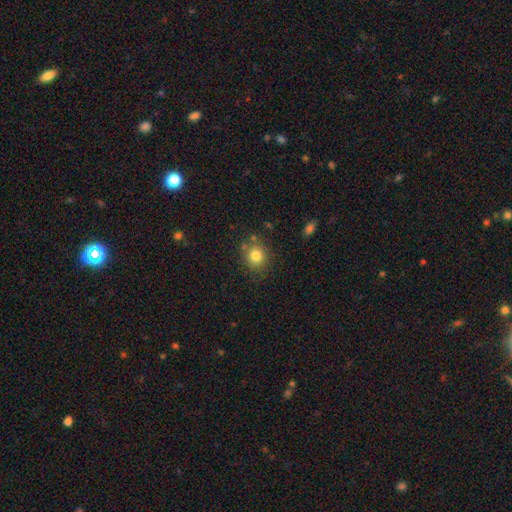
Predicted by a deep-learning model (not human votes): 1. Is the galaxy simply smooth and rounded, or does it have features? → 80% smooth, 12% star or artifact, 8% featured or disk.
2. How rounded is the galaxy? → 83% round, 16% in between, 1% cigar-shaped.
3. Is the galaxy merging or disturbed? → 80% none, 11% minor disturbance, 5% merger, 3% major disturbance.